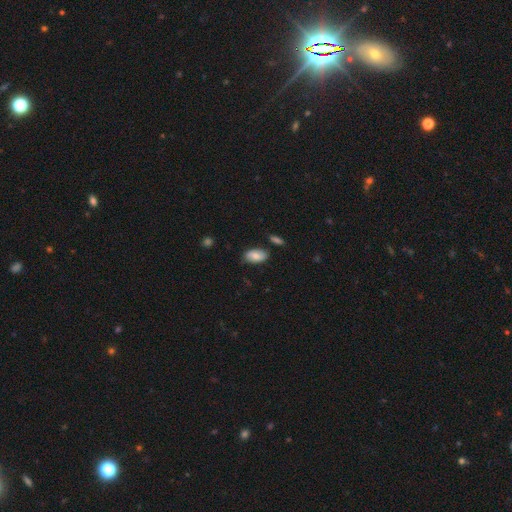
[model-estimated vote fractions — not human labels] A smooth galaxy with no disk features (77%) that is in between round and cigar-shaped (94%). Merging: none (77%).